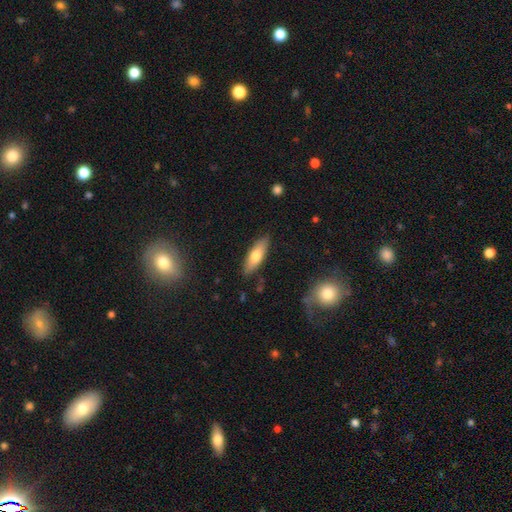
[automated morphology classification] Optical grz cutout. It shows a smooth galaxy with no disk features (69%) that is in between round and cigar-shaped (54%). Merging: none (86%).